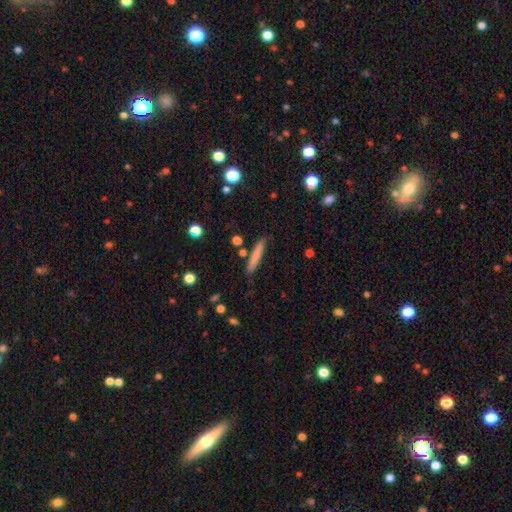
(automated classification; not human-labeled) Q: Smooth or featured?
A: smooth (76%); runner-up: featured or disk (17%)
Q: How rounded?
A: cigar-shaped (94%); runner-up: in between (5%)
Q: Merging?
A: none (84%); runner-up: minor disturbance (10%)